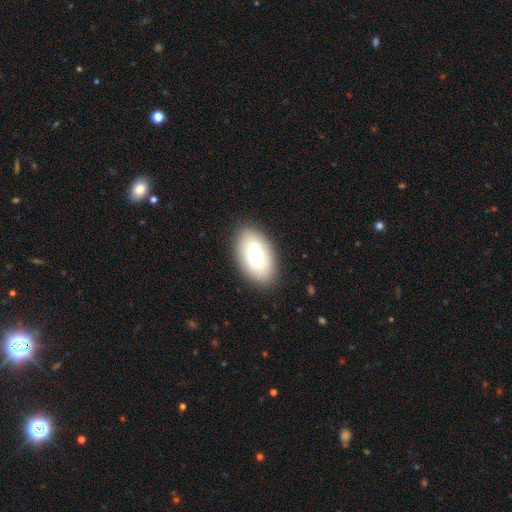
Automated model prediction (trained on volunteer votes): A smooth galaxy with no disk features (68%) that is in between round and cigar-shaped (93%).

Vote fractions:
- Smooth or featured? smooth: 68% / featured or disk: 25% / star or artifact: 7%
- How rounded? in between: 93% / round: 5% / cigar-shaped: 2%
- Merging? none: 87% / minor disturbance: 9% / major disturbance: 3% / merger: 1%